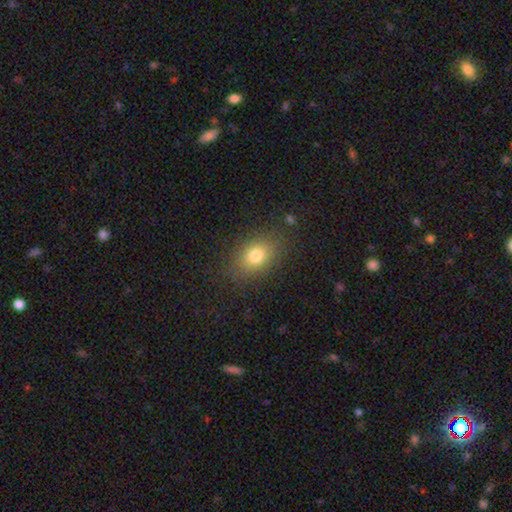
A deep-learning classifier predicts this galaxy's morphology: The model was most divided on "how rounded": in between: 77%, round: 21%, cigar-shaped: 2%. More confident: merging — none (83%); smooth or featured — smooth (77%).